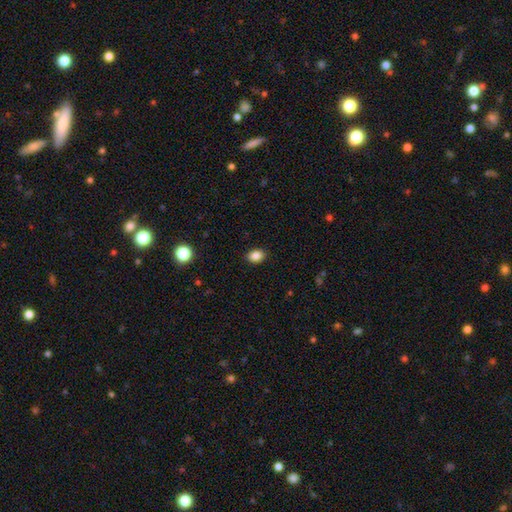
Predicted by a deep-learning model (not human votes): smooth_or_featured: smooth (p=0.86) [alt: star or artifact p=0.10]
how_rounded: in between (p=0.71) [alt: round p=0.28]
merging: none (p=0.89) [alt: minor disturbance p=0.08]